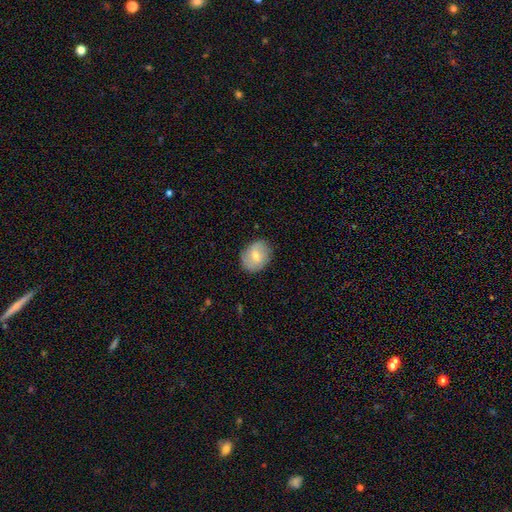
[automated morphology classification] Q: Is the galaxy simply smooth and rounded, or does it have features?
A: smooth — 59%.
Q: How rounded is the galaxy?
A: round — 57%.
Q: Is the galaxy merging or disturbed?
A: none — 84%.